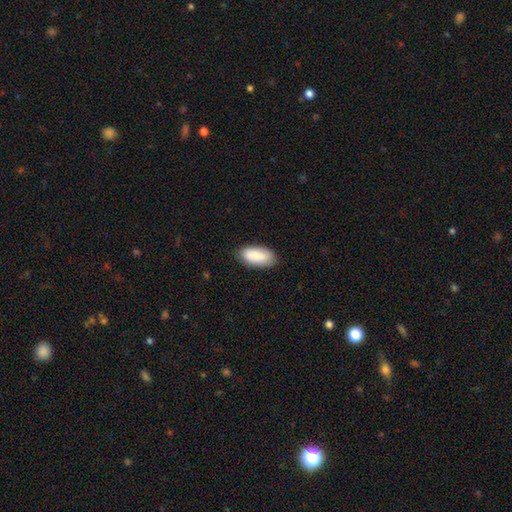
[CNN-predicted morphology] Smooth or featured? Predicted: smooth (p=0.88). How rounded? Predicted: in between (p=0.93). Merging? Predicted: none (p=0.83).